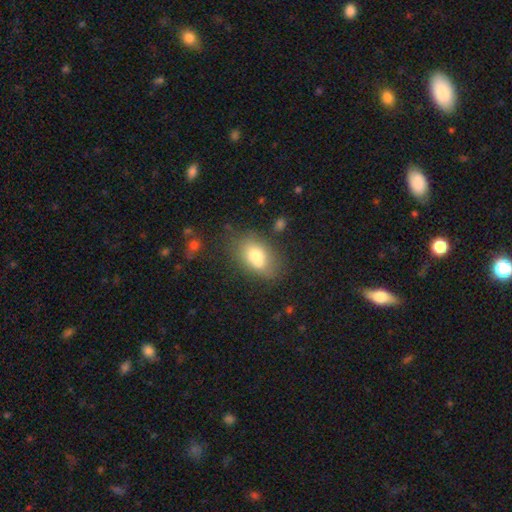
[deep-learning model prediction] Smooth or featured? smooth (68%)
How rounded? in between (77%)
Merging? none (47%)